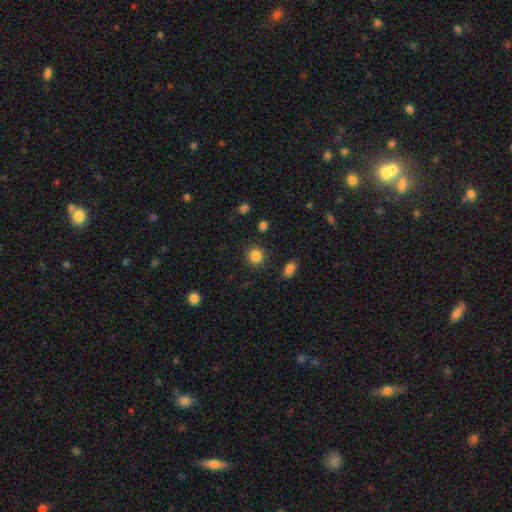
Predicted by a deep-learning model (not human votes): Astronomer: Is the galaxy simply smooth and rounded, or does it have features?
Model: smooth — 86%.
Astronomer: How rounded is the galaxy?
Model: round — 88%.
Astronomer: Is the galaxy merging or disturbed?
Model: none — 88%.